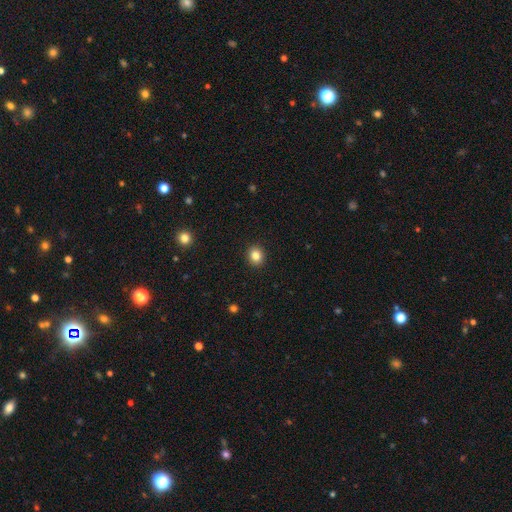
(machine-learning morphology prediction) Overall: smooth (84%). How rounded: round (76%). Merging: none (92%).